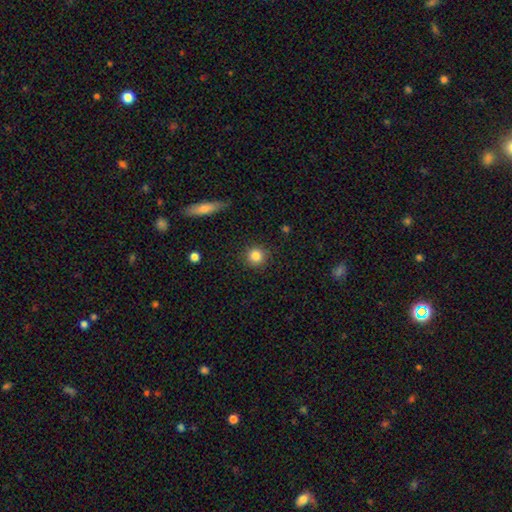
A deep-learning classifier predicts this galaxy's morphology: Smooth or featured?
  - smooth: 84% *
  - star or artifact: 10%
  - featured or disk: 6%
How rounded?
  - round: 93% *
  - in between: 6%
  - cigar-shaped: 1%
Merging?
  - none: 90% *
  - minor disturbance: 6%
  - major disturbance: 2%
  - merger: 1%